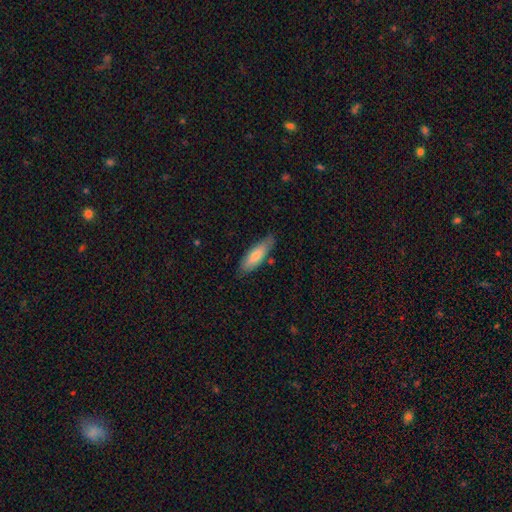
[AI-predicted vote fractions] Smooth or featured?
  - smooth: 77% *
  - featured or disk: 18%
  - star or artifact: 5%
How rounded?
  - in between: 54% *
  - cigar-shaped: 45%
  - round: 2%
Merging?
  - none: 76% *
  - minor disturbance: 18%
  - major disturbance: 3%
  - merger: 3%